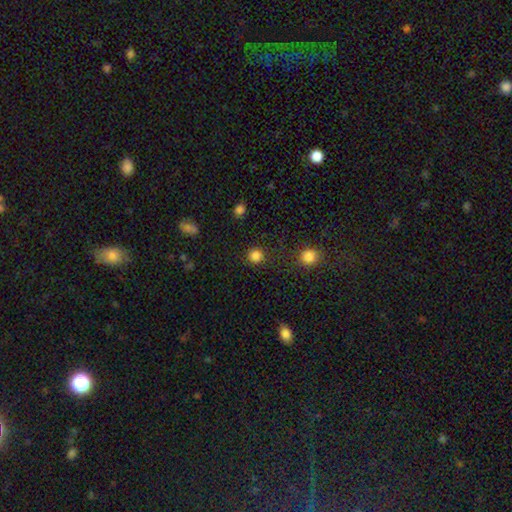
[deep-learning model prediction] The model was most divided on "smooth or featured": smooth: 84%, star or artifact: 13%, featured or disk: 3%. More confident: how rounded — round (92%); merging — none (88%).